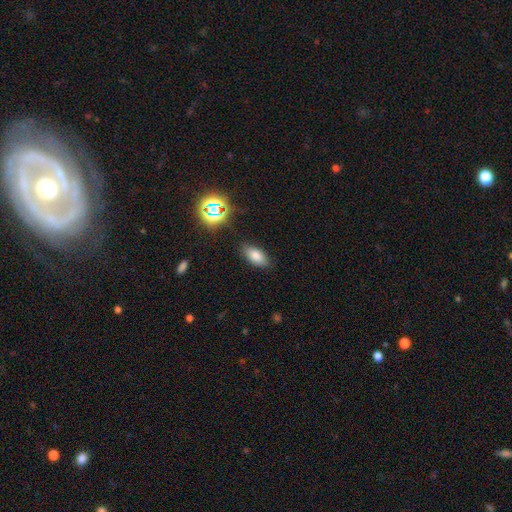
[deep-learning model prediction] smooth-or-featured: smooth: 78% | star or artifact: 13% | featured or disk: 9%
  how-rounded: in between: 88% | cigar-shaped: 7% | round: 5%
  merging: none: 84% | minor disturbance: 11% | major disturbance: 3% | merger: 2%